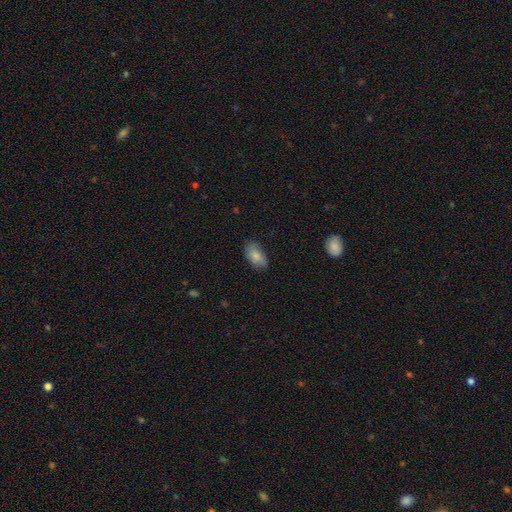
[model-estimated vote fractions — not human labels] A smooth galaxy with no disk features (84%) that is in between round and cigar-shaped (93%). Merging: none (78%).